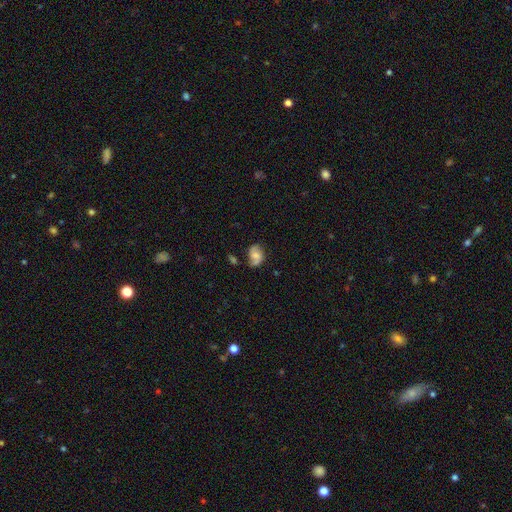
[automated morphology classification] smooth-or-featured: featured or disk: 59% | smooth: 32% | star or artifact: 9%
  disk-edge-on: no: 97% | yes: 3%
    bar: no: 55% | weak: 37% | strong: 8%
    has-spiral-arms: yes: 90% | no: 10%
      spiral-winding: medium: 43% | loose: 39% | tight: 18%
      spiral-arm-count: 2: 87% | can't tell: 6% | 1: 4% | 3: 1% | 4: 1% | more than 4: 1%
    bulge-size: moderate: 41% | small: 34% | none: 16% | large: 7% | dominant: 2%
  merging: none: 63% | minor disturbance: 23% | major disturbance: 8% | merger: 6%